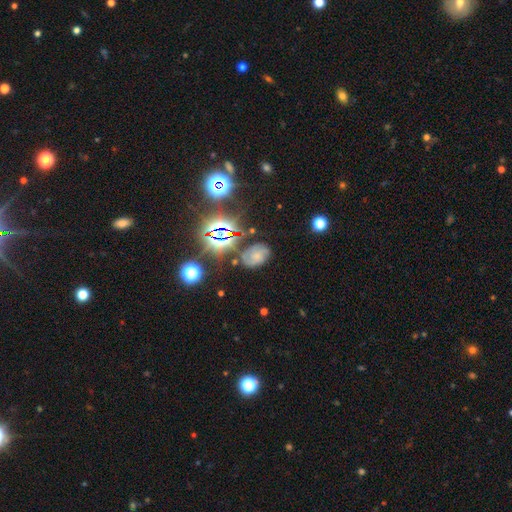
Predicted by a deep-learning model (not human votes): A featured or disk galaxy (45%). Merging: none (66%).